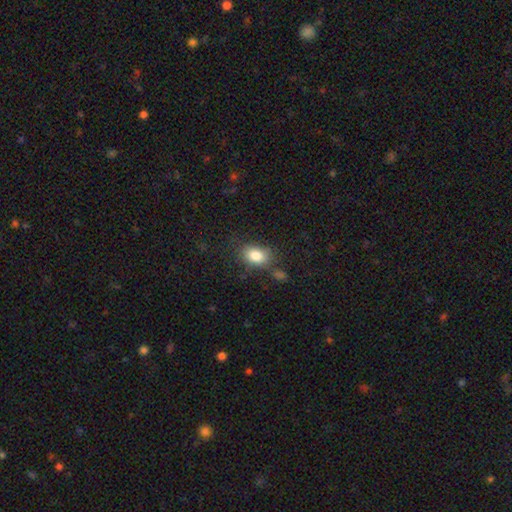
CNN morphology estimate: Smooth or featured? Predicted: smooth (p=0.83). How rounded? Predicted: in between (p=0.77). Merging? Predicted: none (p=0.72).